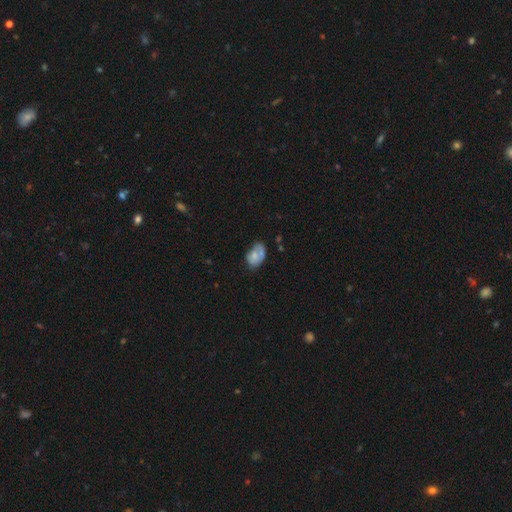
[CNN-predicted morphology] This appears to be a smooth galaxy with no disk features (62%) that is in between round and cigar-shaped (86%). Merging: none (44%).